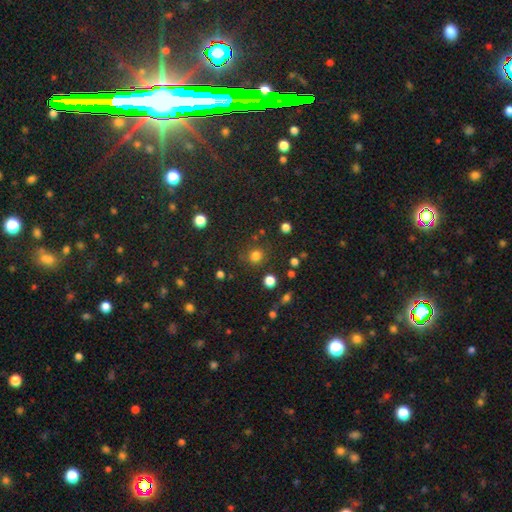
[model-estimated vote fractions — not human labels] Smooth or featured? Predicted: smooth (p=0.77). How rounded? Predicted: round (p=0.87). Merging? Predicted: none (p=0.79).